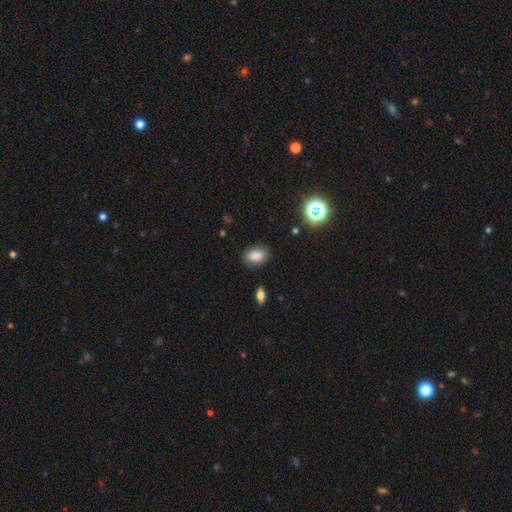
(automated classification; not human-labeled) This is clearly a smooth galaxy (82%). How rounded: clearly in between (83%). Merging: clearly none (85%).